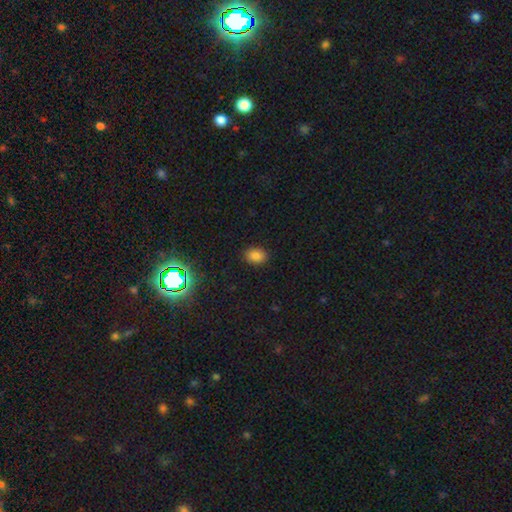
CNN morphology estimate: Q: Smooth or featured?
A: smooth (83%); runner-up: star or artifact (13%)
Q: How rounded?
A: in between (76%); runner-up: round (23%)
Q: Merging?
A: none (88%); runner-up: minor disturbance (8%)